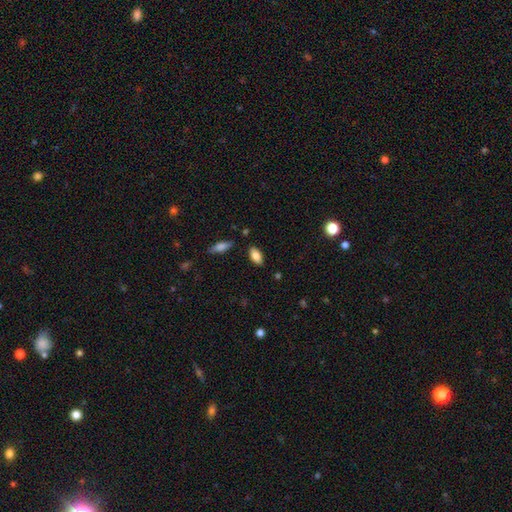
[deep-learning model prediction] Overall: smooth (82%). How rounded: in between (90%). Merging: none (84%).